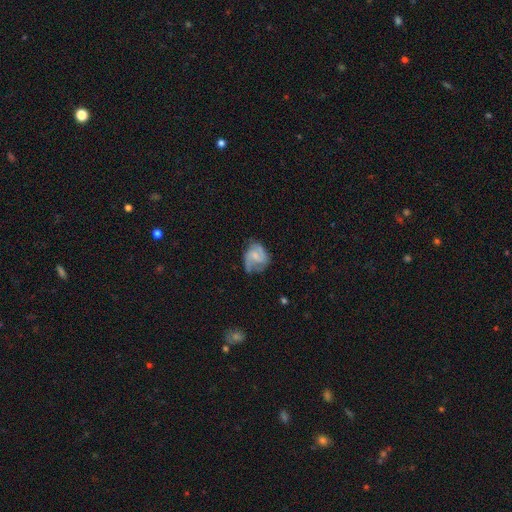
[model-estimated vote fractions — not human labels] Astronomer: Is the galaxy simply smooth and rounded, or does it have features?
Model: featured or disk — 64%.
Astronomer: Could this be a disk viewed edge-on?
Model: no — 98%.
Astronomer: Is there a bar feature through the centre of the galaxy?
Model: no — 50% (runner-up: weak, 41%).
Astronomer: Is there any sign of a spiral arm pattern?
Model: yes — 86%.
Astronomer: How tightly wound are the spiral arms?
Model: medium — 47% (runner-up: loose, 30%).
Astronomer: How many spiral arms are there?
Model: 2 — 64%.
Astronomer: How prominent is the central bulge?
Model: small — 55%.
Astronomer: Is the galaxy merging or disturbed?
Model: none — 48% (runner-up: minor disturbance, 30%).